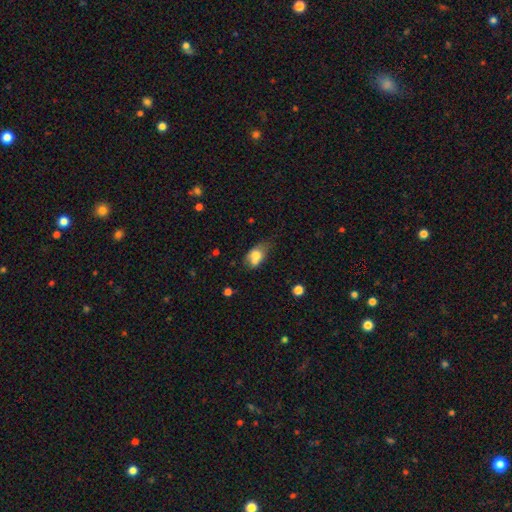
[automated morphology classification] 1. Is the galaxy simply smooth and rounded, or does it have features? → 71% smooth, 19% featured or disk, 10% star or artifact.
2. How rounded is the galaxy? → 76% in between, 21% round, 3% cigar-shaped.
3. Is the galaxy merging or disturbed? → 34% none, 28% minor disturbance, 27% merger, 11% major disturbance.